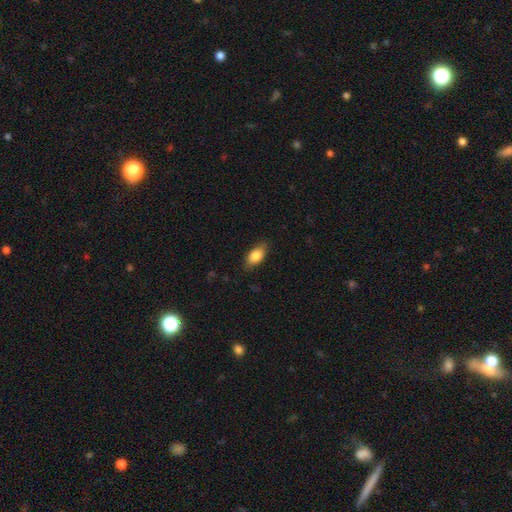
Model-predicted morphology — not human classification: smooth_or_featured: smooth (p=0.83) [alt: featured or disk p=0.10]
how_rounded: in between (p=0.89) [alt: cigar-shaped p=0.06]
merging: none (p=0.82) [alt: minor disturbance p=0.14]